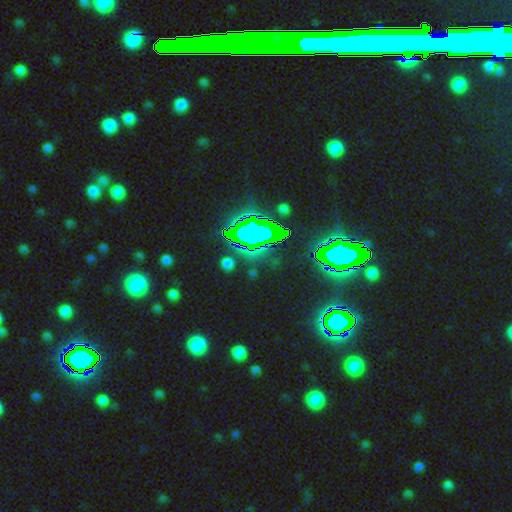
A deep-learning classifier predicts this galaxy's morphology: smooth-or-featured: star or artifact: 82% | smooth: 10% | featured or disk: 8%